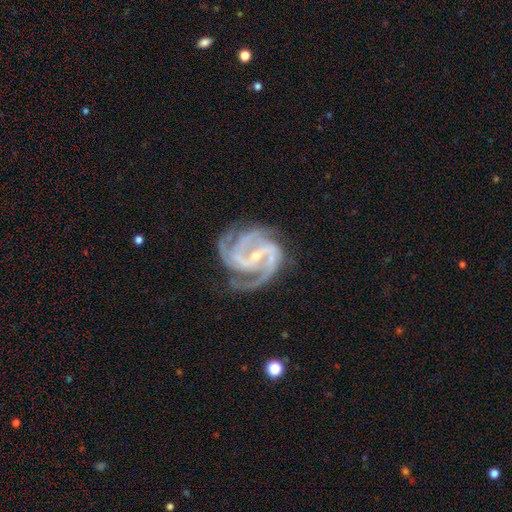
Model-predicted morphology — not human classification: A featured or disk galaxy (93%) with a strong bar (48%), 3 (50%) medium (50%) spiral arms (99%) and a small central bulge (74%).

Vote fractions:
- Smooth or featured? featured or disk: 93% / star or artifact: 4% / smooth: 3%
- Edge-on disk? no: 98% / yes: 2%
- Bar? strong: 48% / weak: 35% / no: 17%
- Spiral arms? yes: 99% / no: 1%
- Spiral winding? medium: 50% / tight: 43% / loose: 7%
- Spiral arm count? 3: 50% / 2: 23% / 4: 12% / can't tell: 6% / more than 4: 5% / 1: 5%
- Bulge size? small: 74% / moderate: 22% / none: 2% / large: 1% / dominant: 1%
- Merging? none: 69% / minor disturbance: 19% / major disturbance: 10% / merger: 2%